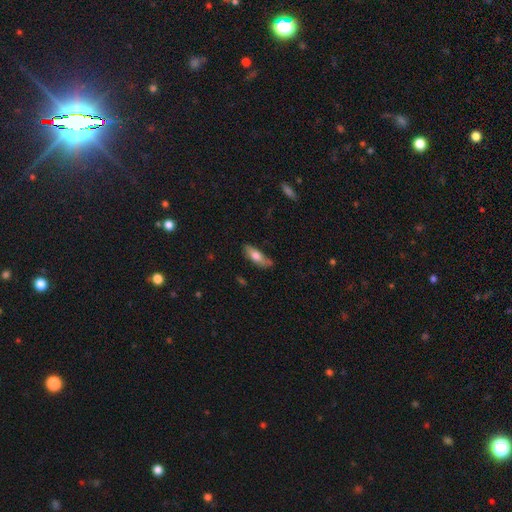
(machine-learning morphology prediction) The model was most divided on "how rounded": in between: 62%, cigar-shaped: 36%, round: 3%. More confident: merging — none (71%); smooth or featured — smooth (67%).